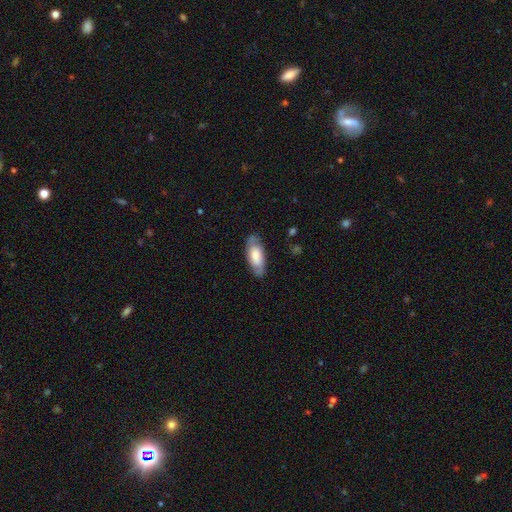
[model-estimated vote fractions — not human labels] Smooth or featured? smooth (63%)
How rounded? in between (83%)
Merging? none (75%)